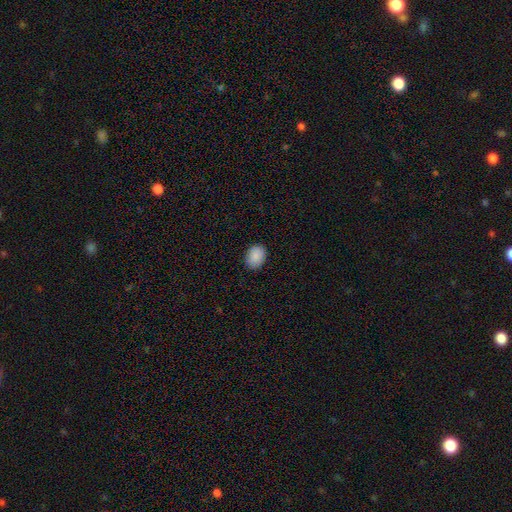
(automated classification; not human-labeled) Smooth or featured? Predicted: smooth (p=0.89). How rounded? Predicted: in between (p=0.65). Merging? Predicted: none (p=0.88).